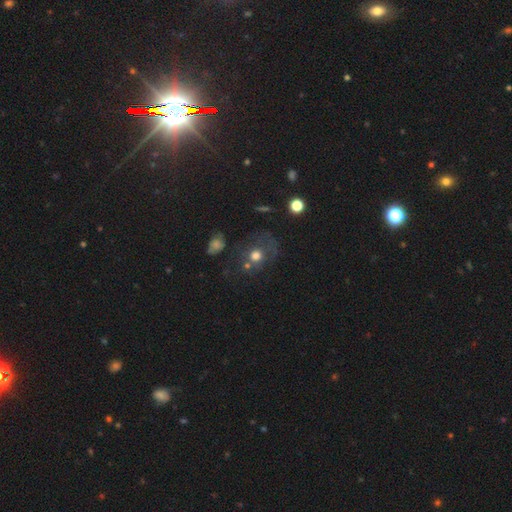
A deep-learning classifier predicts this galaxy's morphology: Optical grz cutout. It shows a smooth galaxy with no disk features (58%) that is round (74%). Merging: none (46%).